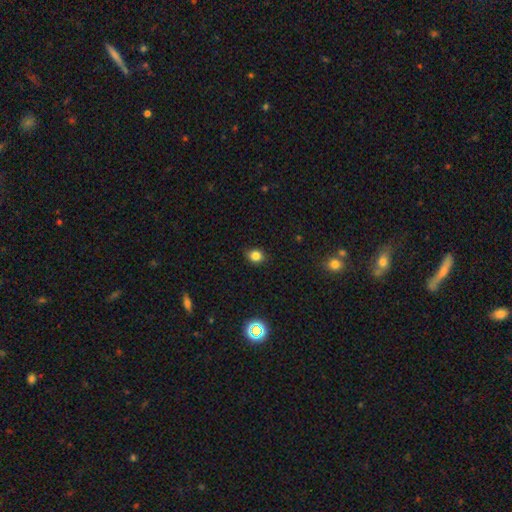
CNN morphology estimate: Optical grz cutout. It shows a smooth galaxy with no disk features (81%) that is round (62%). Merging: none (85%).